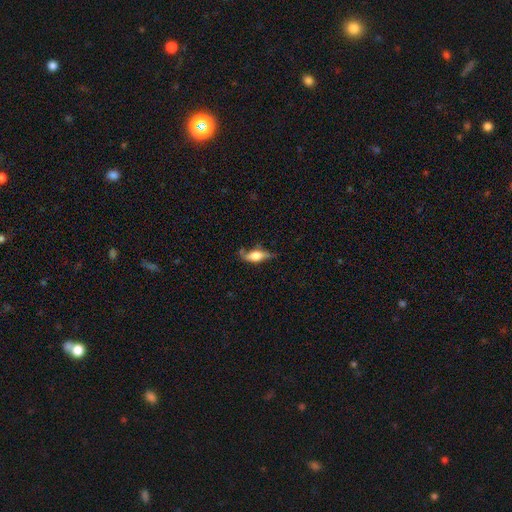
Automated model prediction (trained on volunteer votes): Overall: smooth (53%; featured or disk 39%). How rounded: in between (65%; cigar-shaped 32%). Merging: none (55%; minor disturbance 31%).